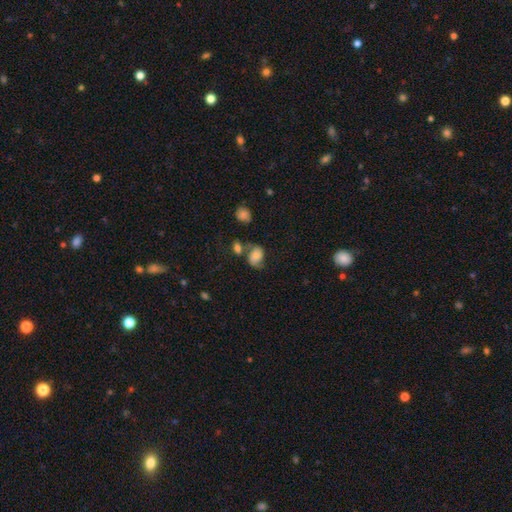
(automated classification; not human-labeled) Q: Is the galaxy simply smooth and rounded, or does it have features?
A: smooth — 61%.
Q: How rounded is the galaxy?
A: in between — 70%.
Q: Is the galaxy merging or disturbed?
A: none — 41%.